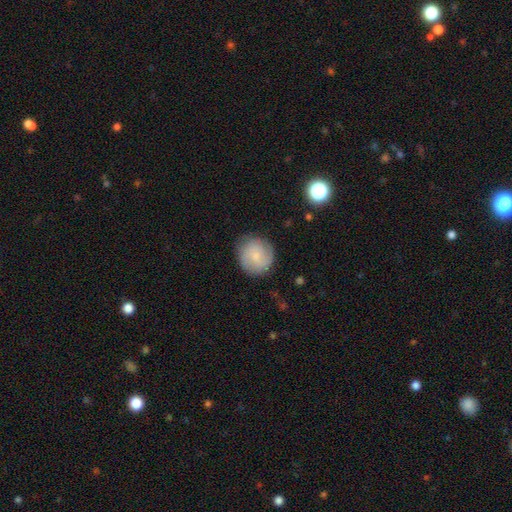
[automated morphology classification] type=smooth (59%); roundness=round (89%); merging=none (80%).